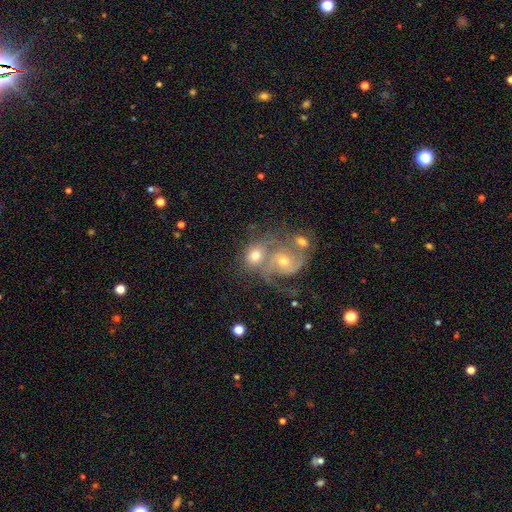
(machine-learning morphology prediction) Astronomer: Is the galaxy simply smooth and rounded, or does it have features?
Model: featured or disk — 62%.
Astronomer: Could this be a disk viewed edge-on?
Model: no — 97%.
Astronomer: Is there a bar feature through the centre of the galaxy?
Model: no — 66%.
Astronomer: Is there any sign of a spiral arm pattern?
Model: yes — 89%.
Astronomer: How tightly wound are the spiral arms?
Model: medium — 48% (runner-up: tight, 29%).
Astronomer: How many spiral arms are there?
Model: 2 — 66%.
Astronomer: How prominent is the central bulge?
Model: moderate — 54% (runner-up: small, 35%).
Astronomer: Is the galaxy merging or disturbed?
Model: merger — 57%.